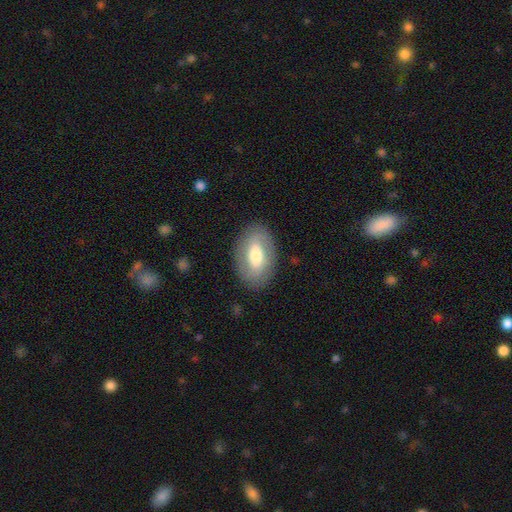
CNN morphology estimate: A smooth galaxy with no disk features (57%) that is in between round and cigar-shaped (89%).

Vote fractions:
- Smooth or featured? smooth: 57% / featured or disk: 36% / star or artifact: 7%
- How rounded? in between: 89% / round: 9% / cigar-shaped: 2%
- Merging? none: 84% / minor disturbance: 11% / major disturbance: 4% / merger: 1%